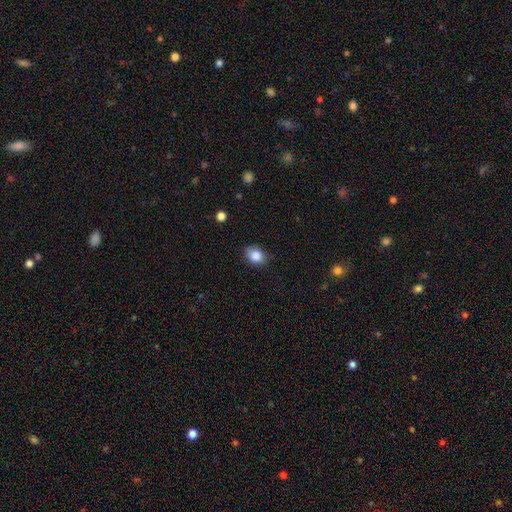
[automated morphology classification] Smooth or featured?
  - smooth: 85% *
  - star or artifact: 9%
  - featured or disk: 6%
How rounded?
  - in between: 61% *
  - round: 37%
  - cigar-shaped: 1%
Merging?
  - none: 77% *
  - minor disturbance: 18%
  - major disturbance: 3%
  - merger: 1%